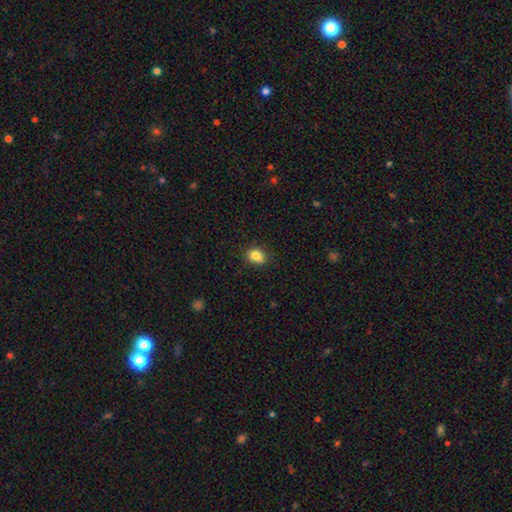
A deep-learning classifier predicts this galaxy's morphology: The model was most divided on "how rounded": in between: 55%, round: 44%, cigar-shaped: 1%. More confident: smooth or featured — smooth (83%); merging — none (81%).